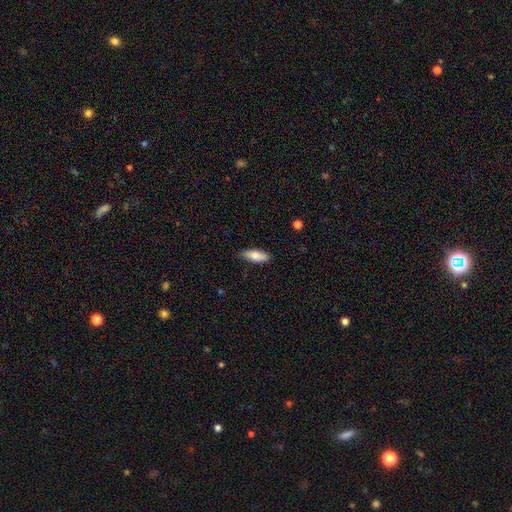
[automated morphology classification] Smooth or featured? Predicted: smooth (p=0.80). How rounded? Predicted: in between (p=0.71). Merging? Predicted: none (p=0.83).